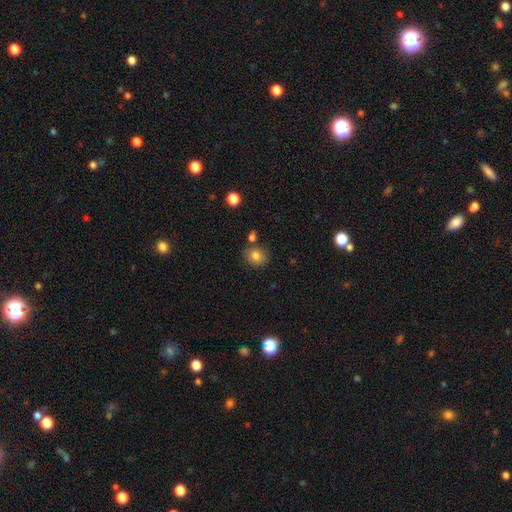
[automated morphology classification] Smooth or featured? Predicted: smooth (p=0.79). How rounded? Predicted: round (p=0.68). Merging? Predicted: none (p=0.77).